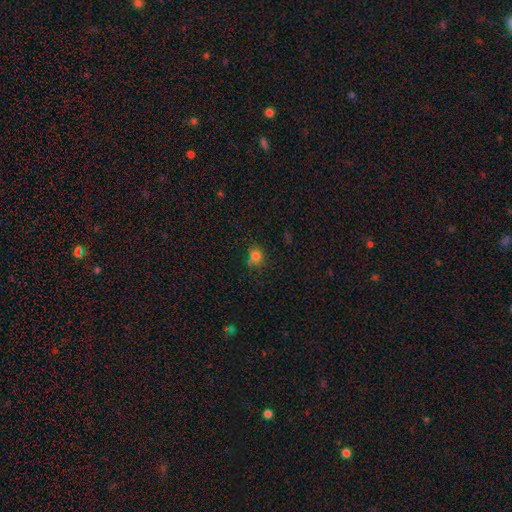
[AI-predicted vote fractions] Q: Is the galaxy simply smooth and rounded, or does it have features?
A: smooth — 78%.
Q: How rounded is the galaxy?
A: round — 77%.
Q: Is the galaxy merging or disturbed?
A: none — 69%.